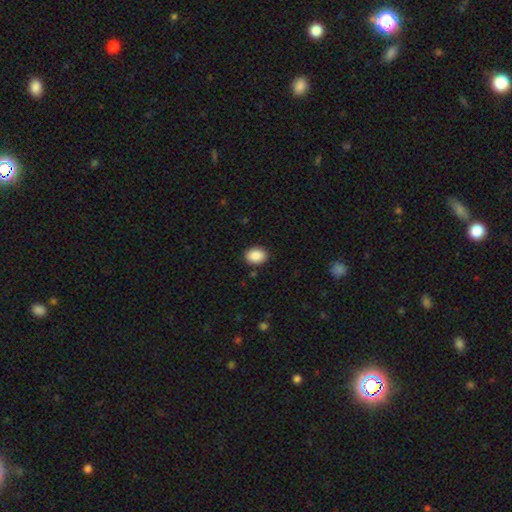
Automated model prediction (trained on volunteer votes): This appears to be a smooth galaxy with no disk features (89%) that is in between round and cigar-shaped (71%). Merging: none (89%).